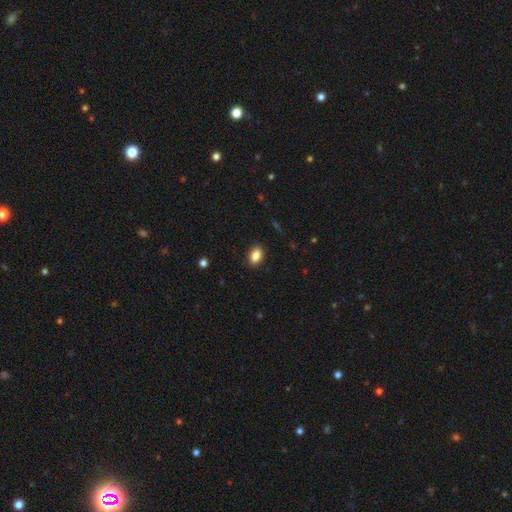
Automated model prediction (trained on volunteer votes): Smooth or featured: smooth — 86% (star or artifact — 8%)
How rounded: in between — 87% (round — 11%)
Merging: none — 89% (minor disturbance — 8%)